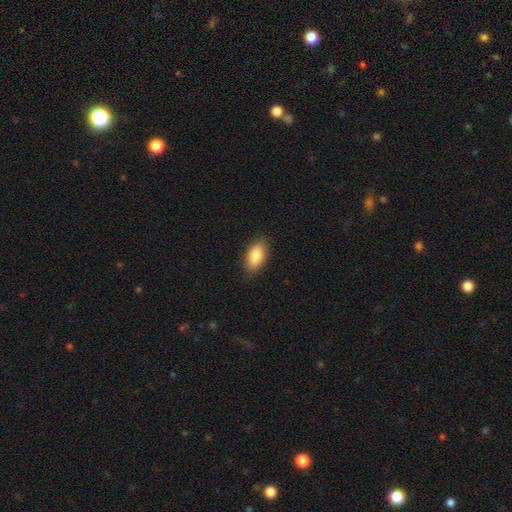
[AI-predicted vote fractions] The model was most divided on "smooth or featured": smooth: 84%, featured or disk: 9%, star or artifact: 7%. More confident: how rounded — in between (91%); merging — none (87%).